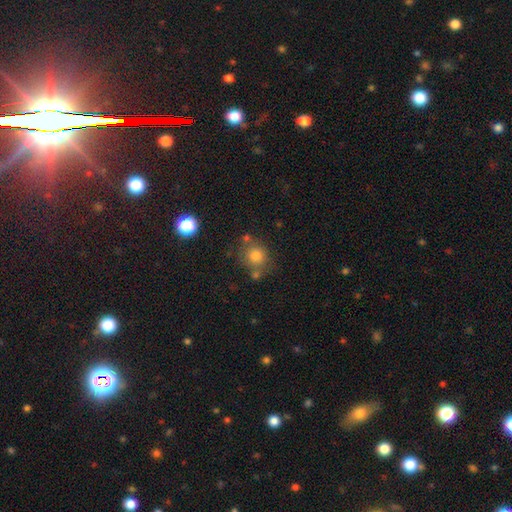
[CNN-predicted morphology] smooth 80%, star or artifact 11%, featured or disk 9%. Down the decision tree: how rounded — round (84%); merging — none (65%).